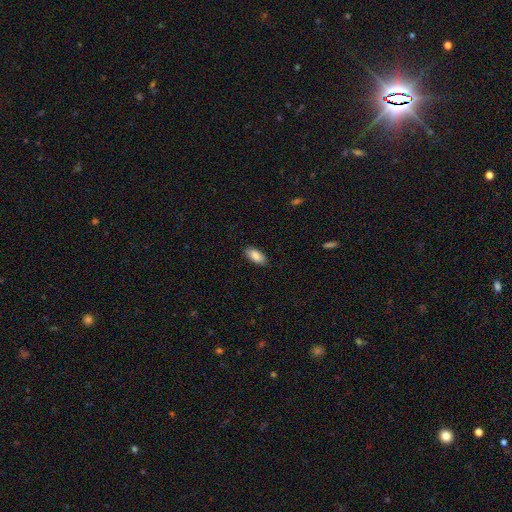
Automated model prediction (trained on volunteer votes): Smooth or featured? smooth (86%)
How rounded? in between (90%)
Merging? none (87%)